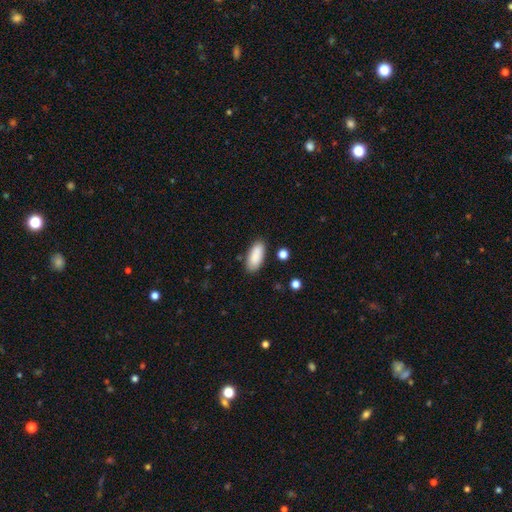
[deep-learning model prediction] This is clearly a smooth galaxy (88%). How rounded: clearly in between (84%). Merging: clearly none (82%).